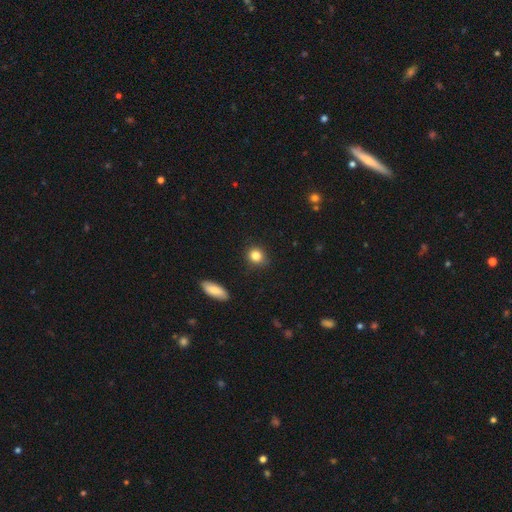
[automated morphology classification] The model was most divided on "how rounded": round: 77%, in between: 22%, cigar-shaped: 2%. More confident: merging — none (86%); smooth or featured — smooth (84%).